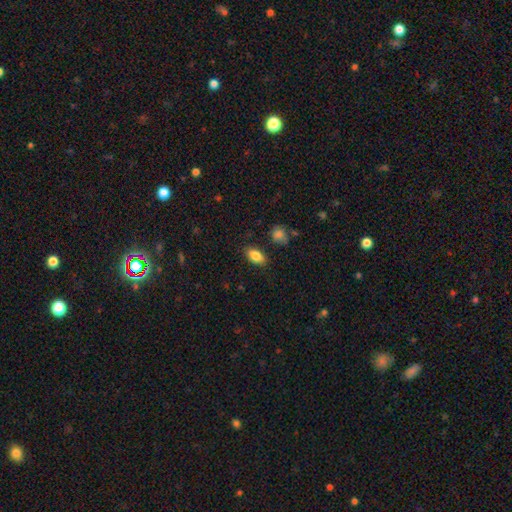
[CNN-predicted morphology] The model was most divided on "merging": none: 85%, minor disturbance: 10%, major disturbance: 2%, merger: 2%. More confident: how rounded — in between (90%); smooth or featured — smooth (84%).